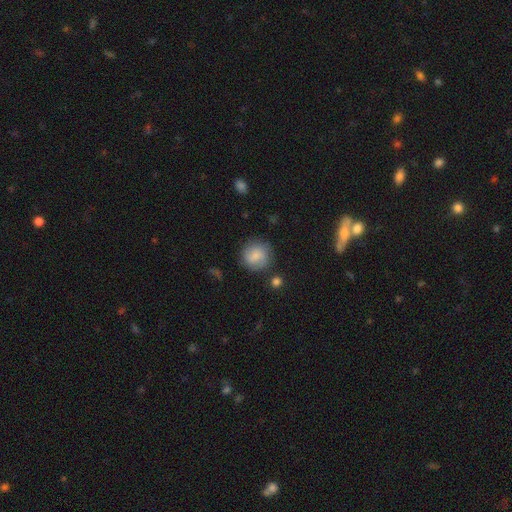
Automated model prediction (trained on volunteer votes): A smooth galaxy with no disk features (72%) that is round (91%). Merging: none (78%).